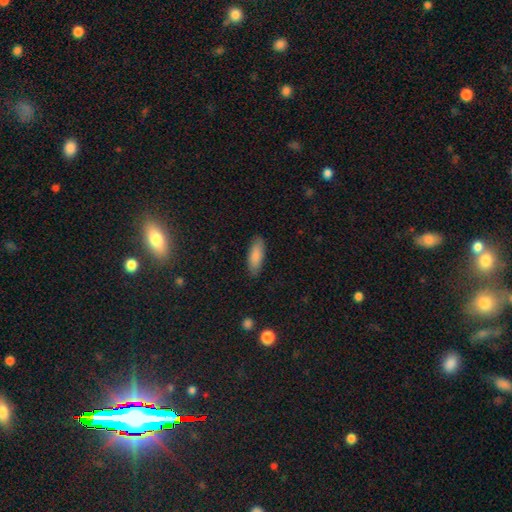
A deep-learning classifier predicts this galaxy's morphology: smooth 86%, featured or disk 8%, star or artifact 6%. Down the decision tree: how rounded — in between (67%); merging — none (87%).